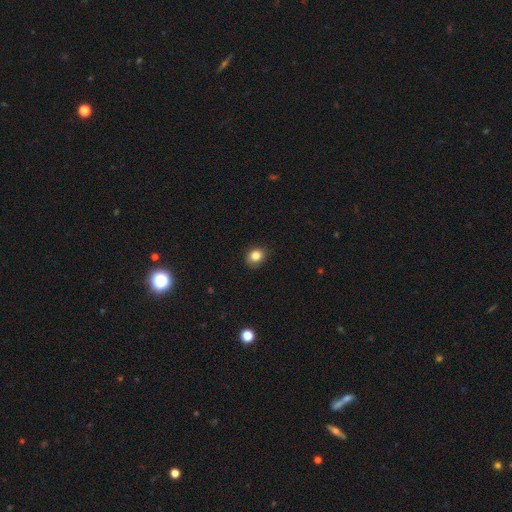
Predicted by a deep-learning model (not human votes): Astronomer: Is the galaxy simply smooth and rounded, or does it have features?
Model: smooth — 83%.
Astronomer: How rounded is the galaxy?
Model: round — 64%.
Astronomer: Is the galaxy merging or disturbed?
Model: none — 80%.